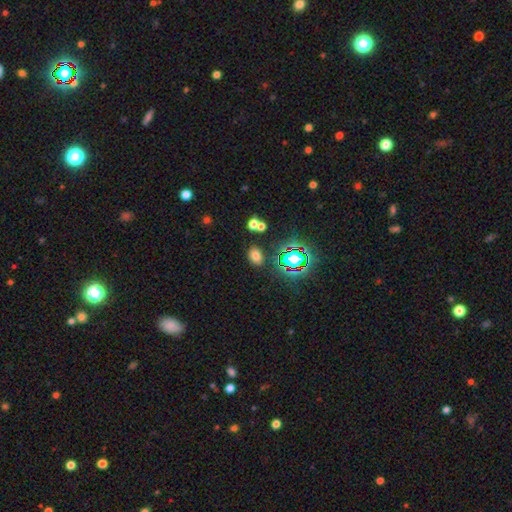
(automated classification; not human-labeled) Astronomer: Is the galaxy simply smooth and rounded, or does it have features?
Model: smooth — 67%.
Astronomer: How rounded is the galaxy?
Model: in between — 77%.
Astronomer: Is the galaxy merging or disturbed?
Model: none — 81%.